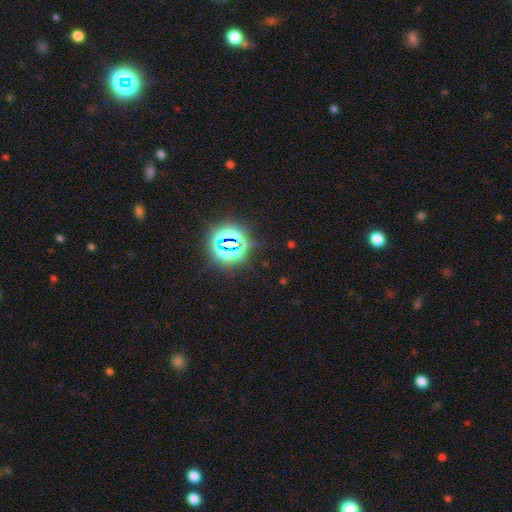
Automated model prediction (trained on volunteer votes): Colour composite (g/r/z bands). It shows a star or artifact, not a galaxy (78%).